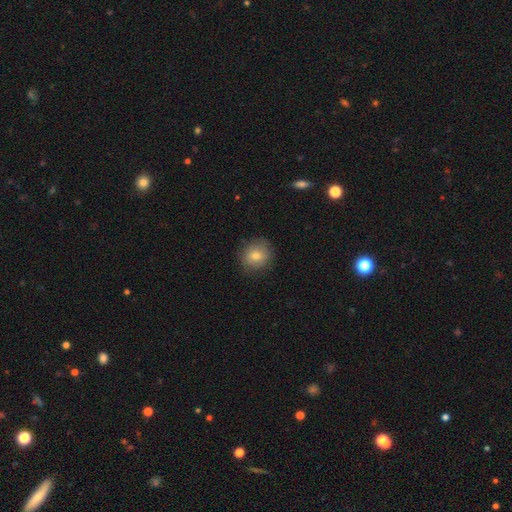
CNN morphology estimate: Smooth or featured? Predicted: smooth (p=0.75). How rounded? Predicted: round (p=0.83). Merging? Predicted: none (p=0.85).